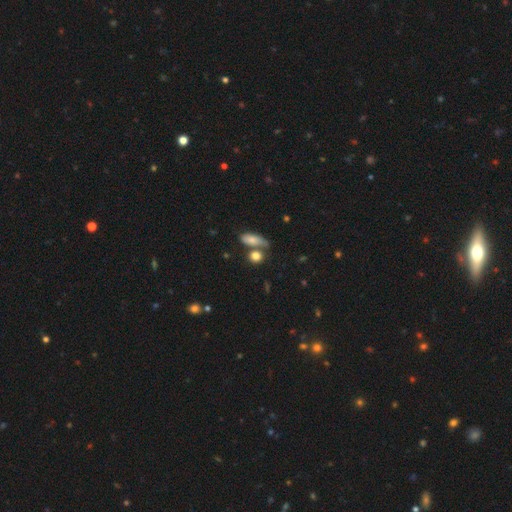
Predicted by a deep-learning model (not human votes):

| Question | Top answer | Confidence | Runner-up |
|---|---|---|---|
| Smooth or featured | smooth | 79% | star or artifact (11%) |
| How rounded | round | 58% | in between (35%) |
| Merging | none | 58% | merger (24%) |